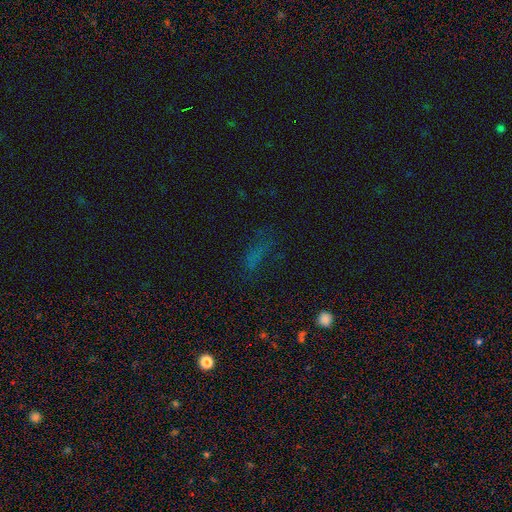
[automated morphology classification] smooth 49%, star or artifact 34%, featured or disk 17%. Down the decision tree: merging — none (59%).